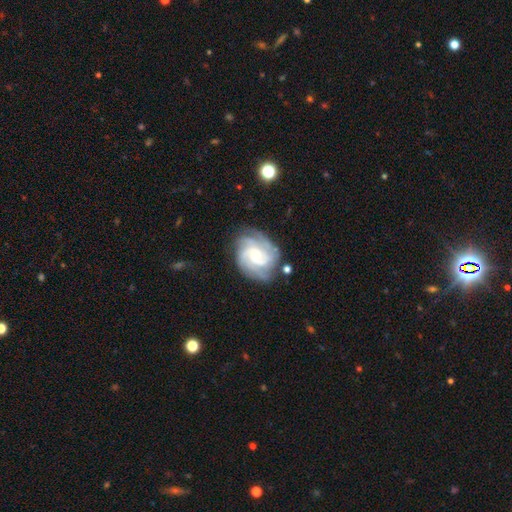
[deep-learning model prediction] The model was most divided on "bulge size": small: 53%, moderate: 43%, large: 2%, none: 1%, dominant: 1%. Remaining: edge-on disk — no (98%); spiral arms — yes (98%); smooth or featured — featured or disk (87%); merging — none (76%); bar — no (65%); spiral winding — tight (60%); spiral arm count — 3 (38%).